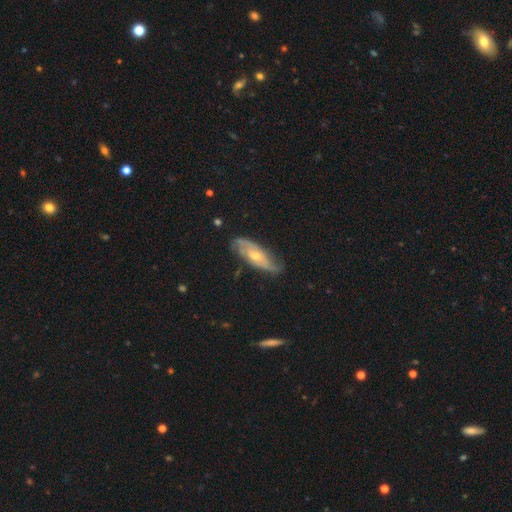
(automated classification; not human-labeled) The model was most divided on "spiral winding": medium: 41%, tight: 31%, loose: 27%. More confident: spiral arms — yes (90%); edge-on disk — no (82%); smooth or featured — featured or disk (76%); merging — none (70%); spiral arm count — 2 (66%); bar — no (63%); bulge size — moderate (56%).